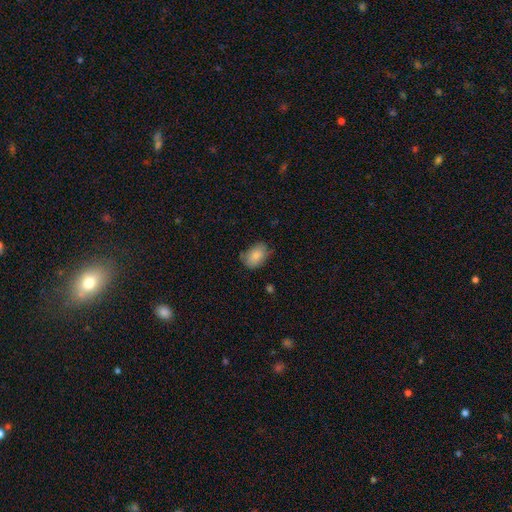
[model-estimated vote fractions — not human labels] A smooth galaxy with no disk features (83%) that is in between round and cigar-shaped (82%). Merging: none (67%).